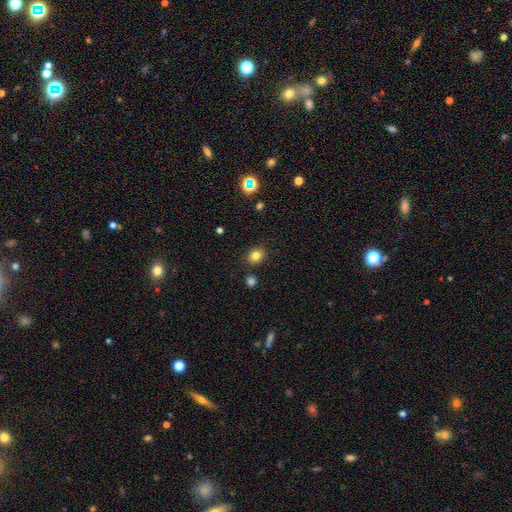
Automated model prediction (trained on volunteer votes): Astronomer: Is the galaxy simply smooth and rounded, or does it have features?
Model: smooth — 80%.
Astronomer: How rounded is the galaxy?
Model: round — 66%.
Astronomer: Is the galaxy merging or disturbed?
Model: none — 85%.